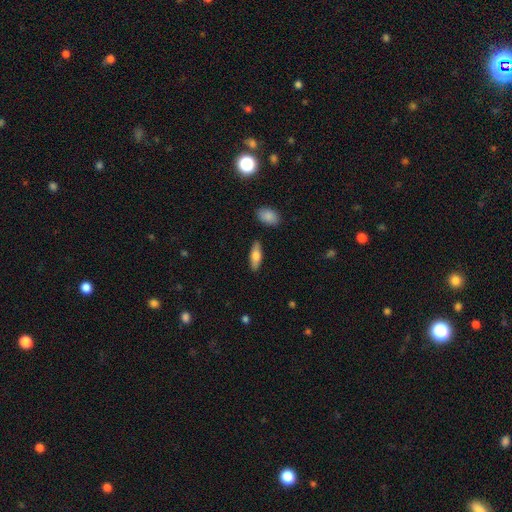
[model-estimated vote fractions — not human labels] Smooth or featured? smooth (70%)
How rounded? in between (61%)
Merging? none (87%)